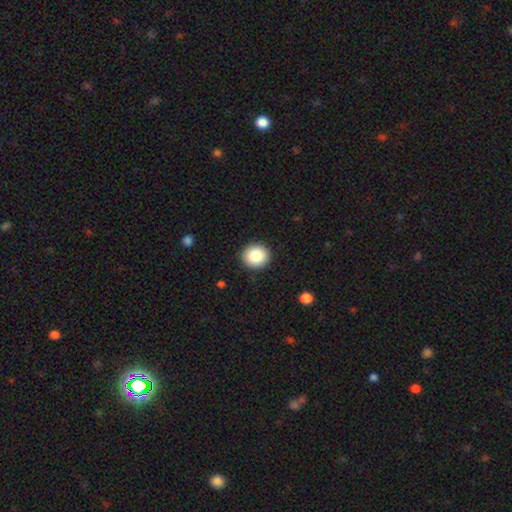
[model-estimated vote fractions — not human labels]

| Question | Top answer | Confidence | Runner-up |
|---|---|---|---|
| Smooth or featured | smooth | 86% | star or artifact (8%) |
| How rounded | round | 85% | in between (14%) |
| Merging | none | 91% | minor disturbance (6%) |